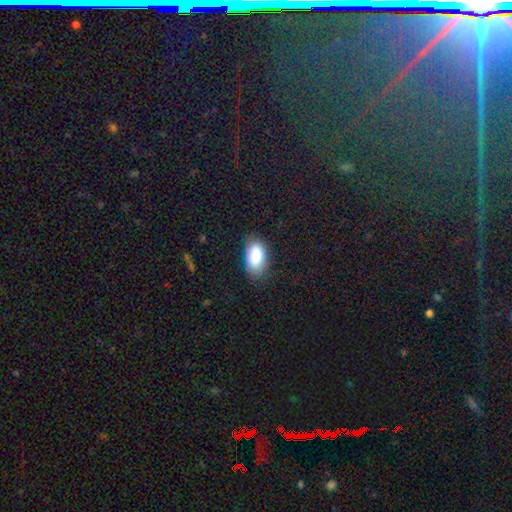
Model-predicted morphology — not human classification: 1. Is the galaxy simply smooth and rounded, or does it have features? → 87% smooth, 7% star or artifact, 6% featured or disk.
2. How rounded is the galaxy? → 94% in between, 4% round, 2% cigar-shaped.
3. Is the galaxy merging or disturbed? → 76% none, 18% minor disturbance, 4% major disturbance, 1% merger.